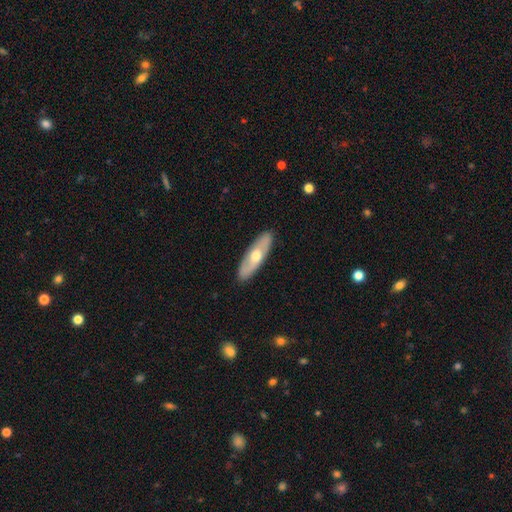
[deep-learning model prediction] The model was most divided on "smooth or featured": featured or disk: 50%, smooth: 45%, star or artifact: 5%. More confident: merging — none (89%); edge-on disk — no (56%).